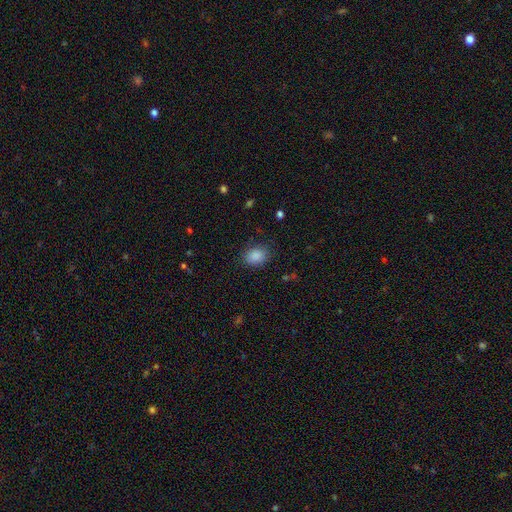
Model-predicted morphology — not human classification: This appears to be a smooth galaxy with no disk features (87%) that is in between round and cigar-shaped (63%). Merging: none (81%).